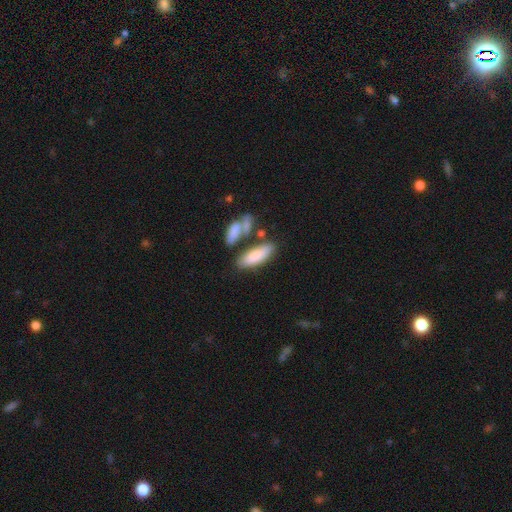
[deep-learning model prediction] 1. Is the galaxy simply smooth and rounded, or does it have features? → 82% smooth, 12% featured or disk, 6% star or artifact.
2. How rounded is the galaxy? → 68% in between, 30% cigar-shaped, 2% round.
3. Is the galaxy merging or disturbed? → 57% none, 22% merger, 15% minor disturbance, 6% major disturbance.